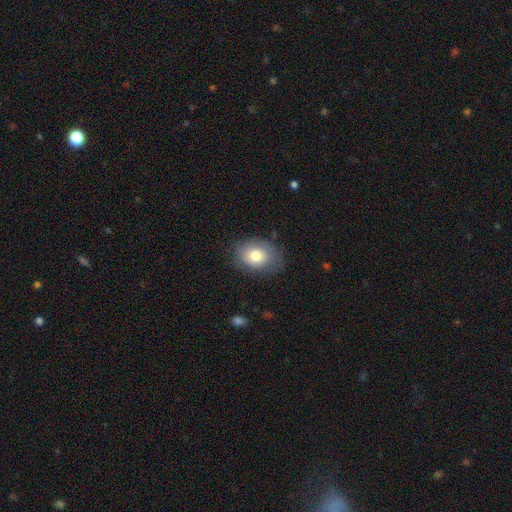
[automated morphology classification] Smooth or featured?
  - smooth: 78% *
  - featured or disk: 14%
  - star or artifact: 9%
How rounded?
  - in between: 65% *
  - round: 34%
  - cigar-shaped: 1%
Merging?
  - none: 76% *
  - minor disturbance: 18%
  - major disturbance: 5%
  - merger: 1%